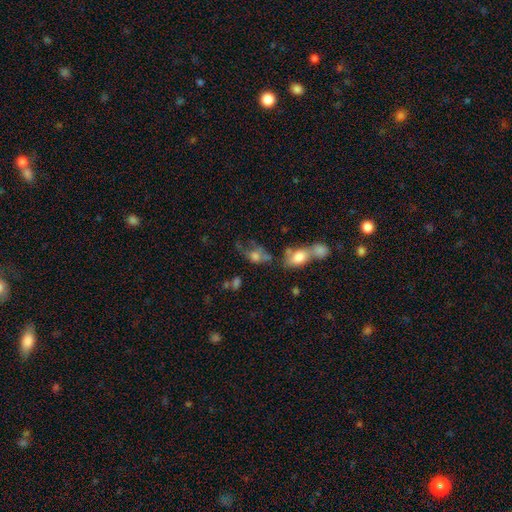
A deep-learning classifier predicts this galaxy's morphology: Q: Smooth or featured?
A: smooth (65%); runner-up: featured or disk (22%)
Q: How rounded?
A: in between (73%); runner-up: round (23%)
Q: Merging?
A: merger (33%); runner-up: none (29%)